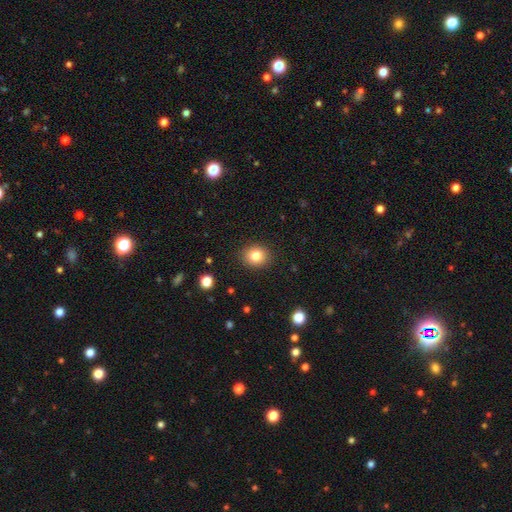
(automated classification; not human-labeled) Smooth or featured? smooth (82%)
How rounded? round (71%)
Merging? none (90%)